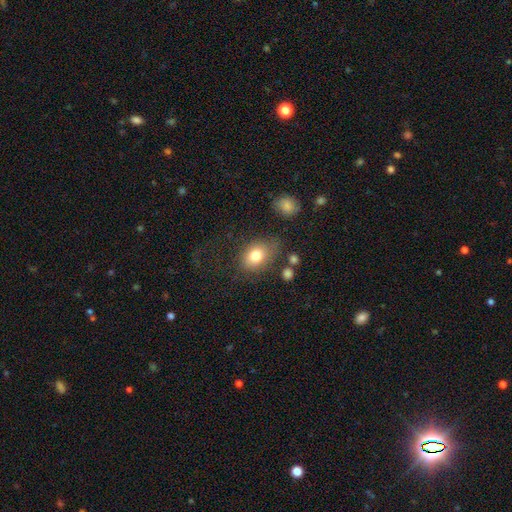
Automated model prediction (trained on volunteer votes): Morphology: type=smooth (80%); roundness=in between (69%); merging=none (64%).